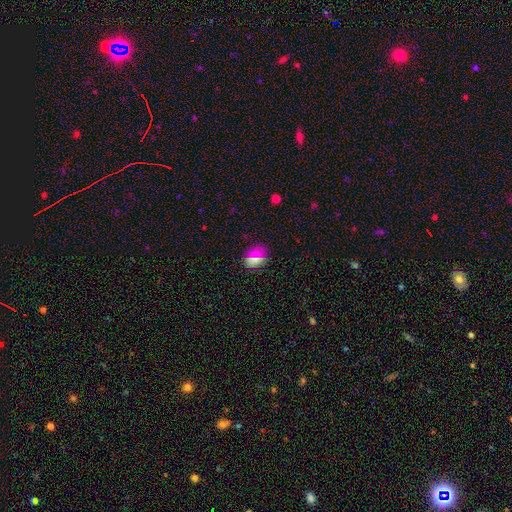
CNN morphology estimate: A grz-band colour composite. It shows a smooth galaxy with no disk features (70%) that is in between round and cigar-shaped (52%). Merging: none (84%).